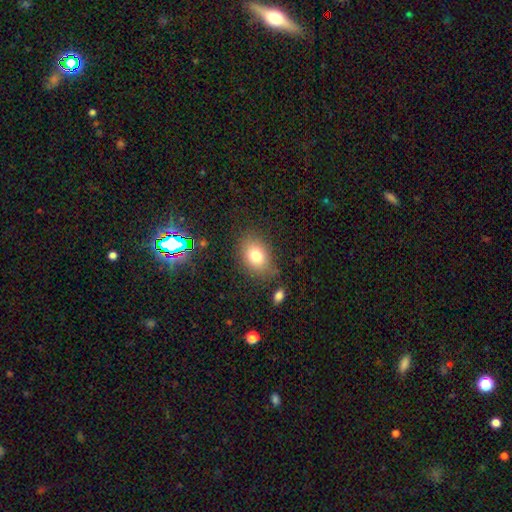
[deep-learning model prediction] A smooth galaxy with no disk features (76%) that is in between round and cigar-shaped (69%). Merging: none (80%).